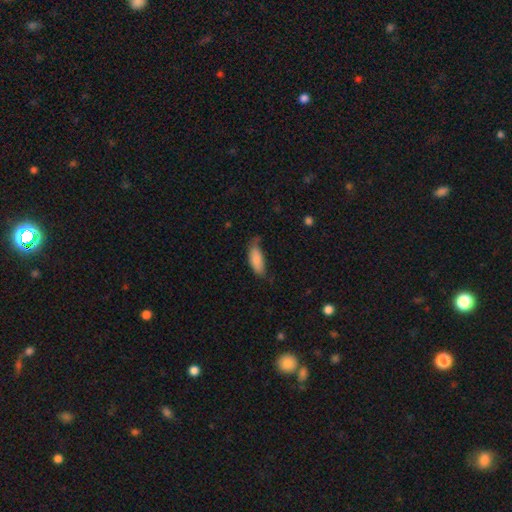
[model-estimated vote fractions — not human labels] Q: Smooth or featured?
A: smooth (84%); runner-up: featured or disk (9%)
Q: How rounded?
A: in between (75%); runner-up: cigar-shaped (23%)
Q: Merging?
A: none (51%); runner-up: minor disturbance (36%)